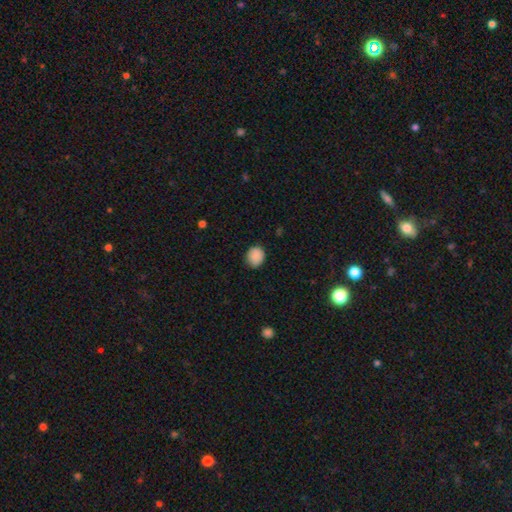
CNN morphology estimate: Q: Smooth or featured?
A: smooth (88%); runner-up: star or artifact (9%)
Q: How rounded?
A: round (74%); runner-up: in between (25%)
Q: Merging?
A: none (86%); runner-up: minor disturbance (11%)